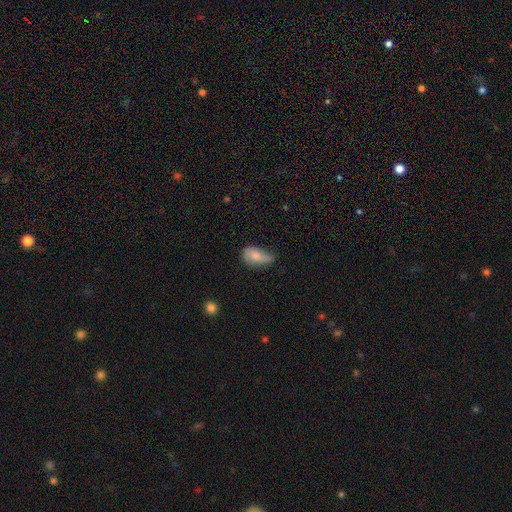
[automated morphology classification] Overall: smooth (67%). How rounded: in between (90%). Merging: minor disturbance (47%; none 33%).